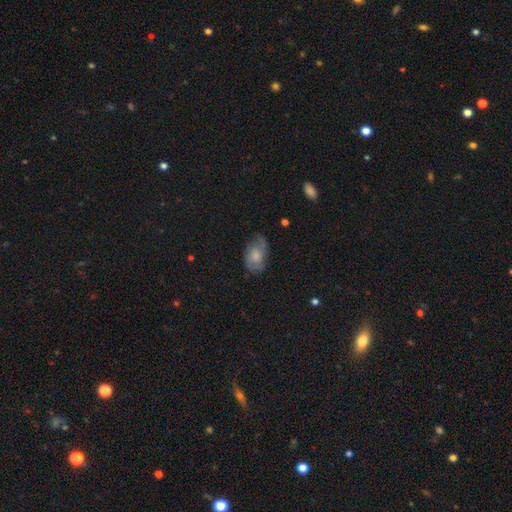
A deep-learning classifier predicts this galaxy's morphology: This appears to be a smooth galaxy with no disk features (54%) that is in between round and cigar-shaped (88%). Merging: none (57%).